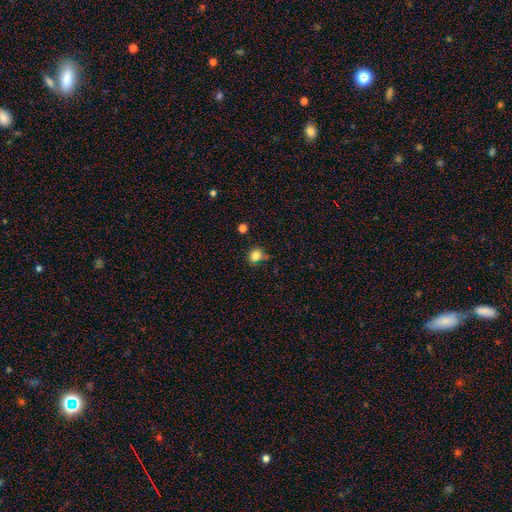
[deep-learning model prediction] Morphology: type=smooth (82%); roundness=round (82%); merging=none (67%).